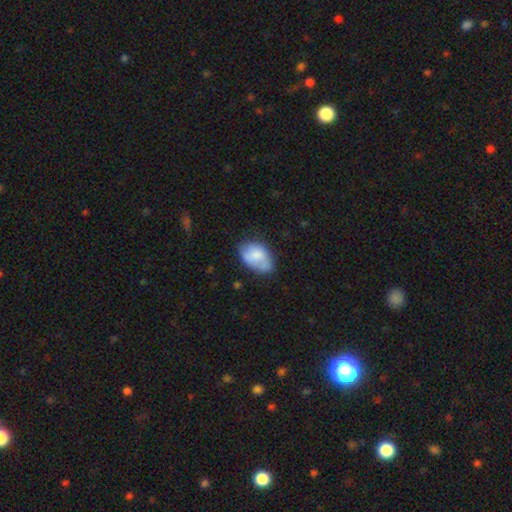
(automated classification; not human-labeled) This appears to be a smooth galaxy with no disk features (73%) that is in between round and cigar-shaped (88%). Merging: none (50%).